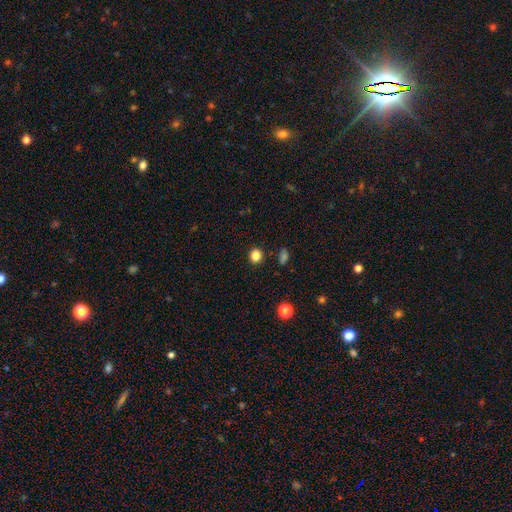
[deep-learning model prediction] This is clearly a smooth galaxy (84%). How rounded: likely round (79%). Merging: clearly none (89%).